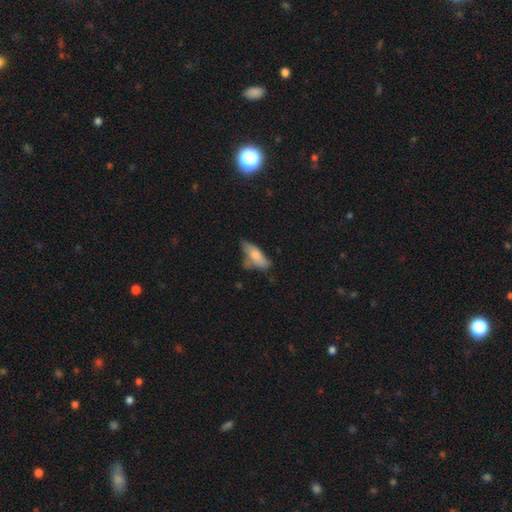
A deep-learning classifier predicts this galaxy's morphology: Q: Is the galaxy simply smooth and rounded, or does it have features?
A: smooth — 70%.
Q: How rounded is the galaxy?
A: in between — 73%.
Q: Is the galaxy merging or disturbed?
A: none — 42%.